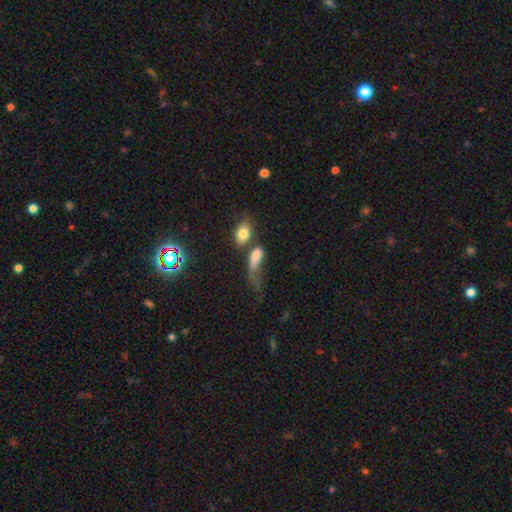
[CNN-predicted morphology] Smooth or featured?
  - smooth: 73% *
  - featured or disk: 16%
  - star or artifact: 11%
How rounded?
  - in between: 75% *
  - round: 13%
  - cigar-shaped: 12%
Merging?
  - merger: 39% *
  - major disturbance: 27%
  - none: 21%
  - minor disturbance: 13%